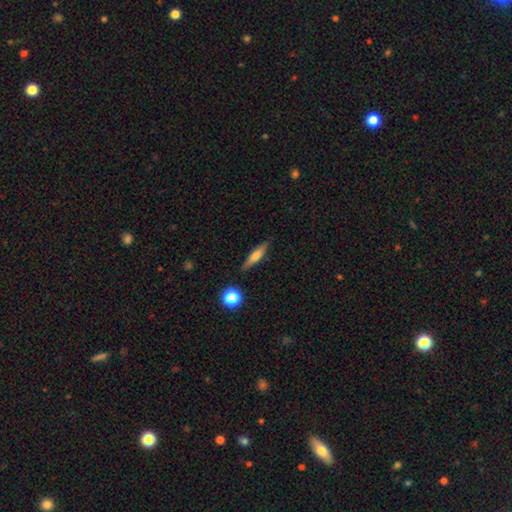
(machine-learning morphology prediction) type=smooth (56%); roundness=cigar-shaped (80%); merging=none (87%).